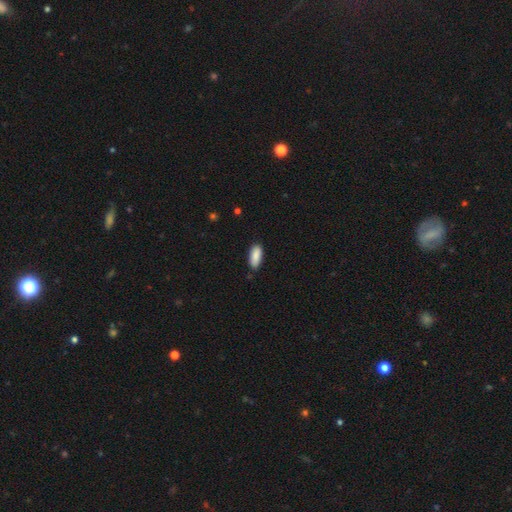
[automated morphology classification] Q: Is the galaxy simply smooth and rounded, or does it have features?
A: smooth — 90%.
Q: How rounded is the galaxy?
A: in between — 83%.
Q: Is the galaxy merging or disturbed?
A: none — 84%.